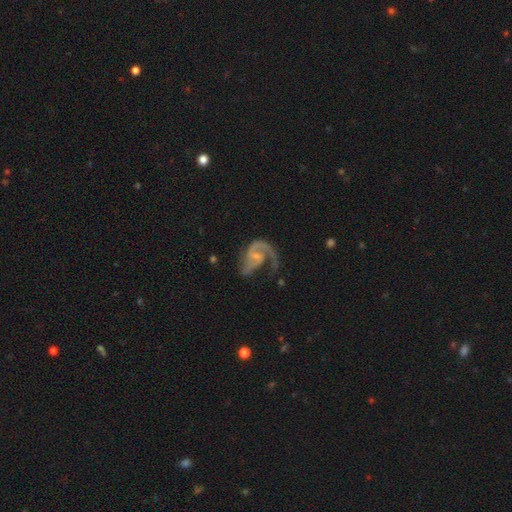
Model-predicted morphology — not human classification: Smooth or featured? Predicted: featured or disk (p=0.86). Edge-on disk? Predicted: no (p=0.98). Bar? Predicted: no (p=0.50). Spiral arms? Predicted: yes (p=0.95). Spiral winding? Predicted: medium (p=0.47). Spiral arm count? Predicted: 2 (p=0.55). Bulge size? Predicted: small (p=0.63). Merging? Predicted: none (p=0.39).